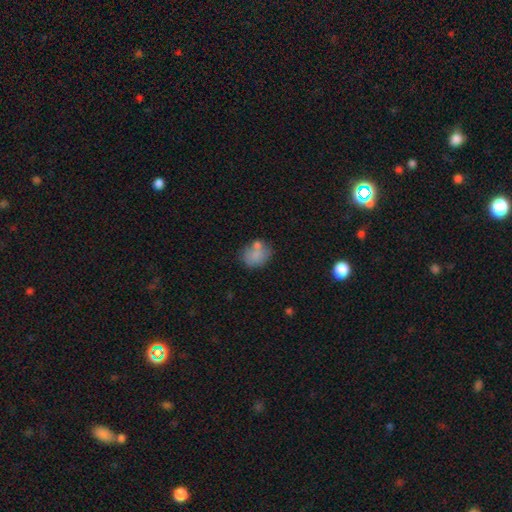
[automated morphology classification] smooth_or_featured: smooth (p=0.76) [alt: featured or disk p=0.14]
how_rounded: round (p=0.55) [alt: in between p=0.44]
merging: none (p=0.54) [alt: merger p=0.21]